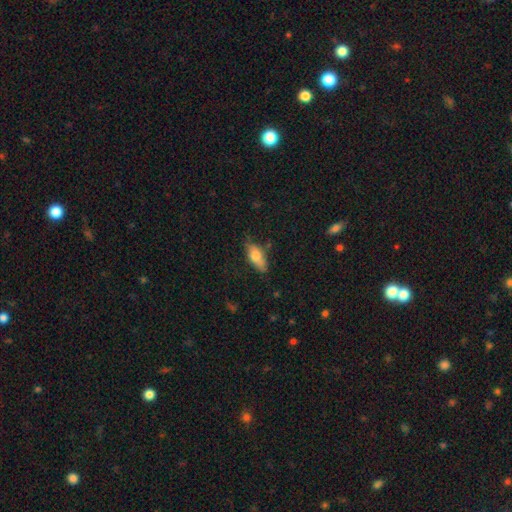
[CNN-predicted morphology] smooth-or-featured: smooth: 72% | featured or disk: 20% | star or artifact: 7%
  how-rounded: in between: 75% | cigar-shaped: 21% | round: 3%
  merging: none: 65% | minor disturbance: 26% | major disturbance: 6% | merger: 3%